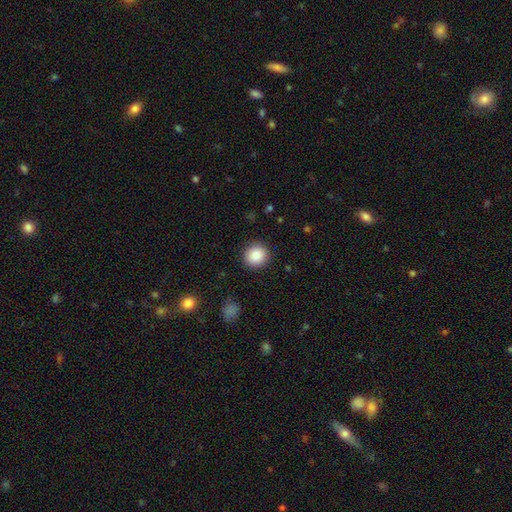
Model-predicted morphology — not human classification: A smooth galaxy with no disk features (87%) that is round (88%). Merging: none (90%).